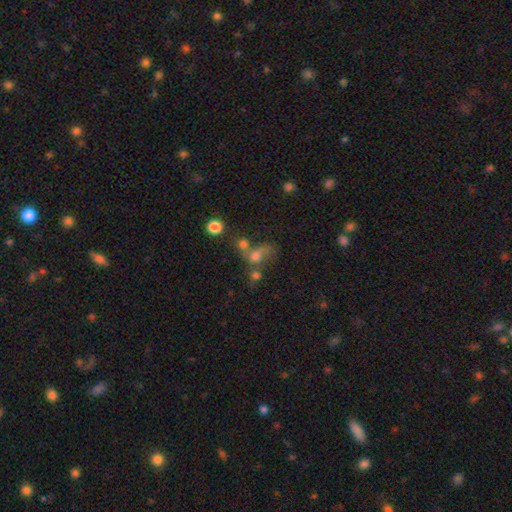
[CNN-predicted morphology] A smooth galaxy with no disk features (60%) that is round (54%).

Vote fractions:
- Smooth or featured? smooth: 60% / star or artifact: 20% / featured or disk: 20%
- How rounded? round: 54% / in between: 43% / cigar-shaped: 3%
- Merging? merger: 52% / none: 23% / major disturbance: 16% / minor disturbance: 10%